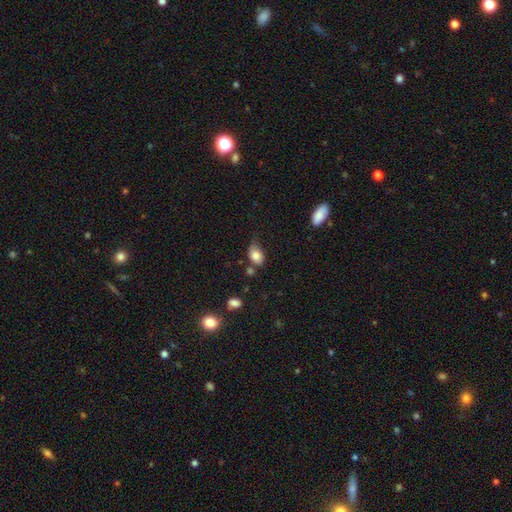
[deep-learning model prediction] A smooth galaxy with no disk features (80%) that is in between round and cigar-shaped (78%). Merging: minor disturbance (41%).